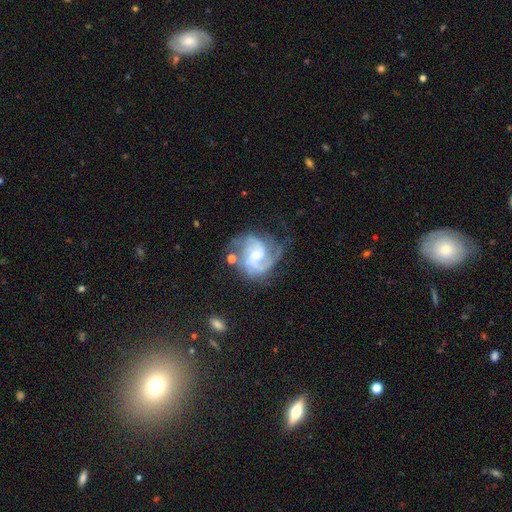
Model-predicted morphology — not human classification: type=featured or disk (87%); edge-on=no (98%); bar=no (51%); spiral arms=yes (97%); winding=medium (50%); arm count=2 (46%); bulge=small (50%); merging=none (58%).